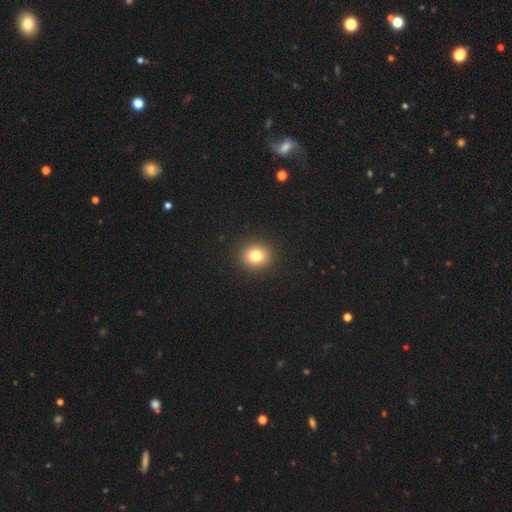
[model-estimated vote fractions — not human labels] smooth 81%, star or artifact 12%, featured or disk 7%. Down the decision tree: how rounded — round (82%); merging — none (92%).